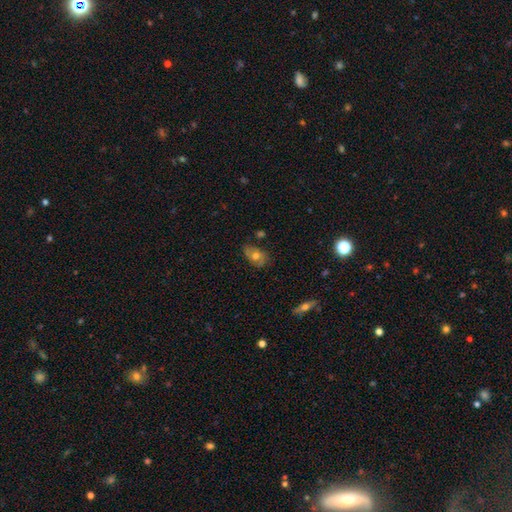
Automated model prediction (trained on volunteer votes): A smooth galaxy with no disk features (47%). Merging: none (66%).